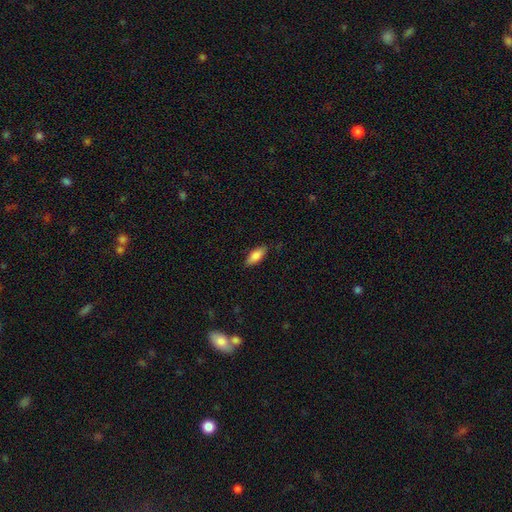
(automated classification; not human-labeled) Smooth or featured: smooth — 79% (featured or disk — 15%)
How rounded: in between — 75% (cigar-shaped — 23%)
Merging: none — 83% (minor disturbance — 13%)